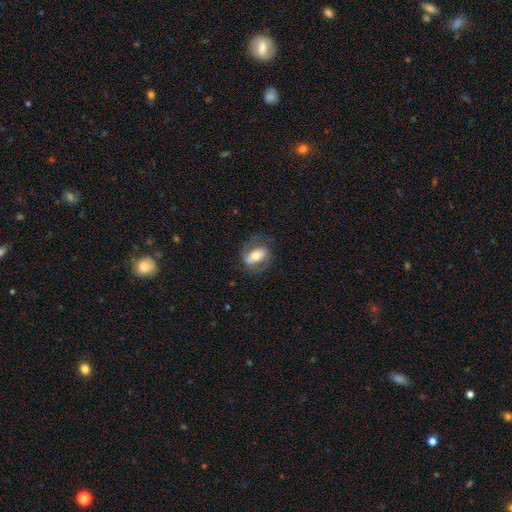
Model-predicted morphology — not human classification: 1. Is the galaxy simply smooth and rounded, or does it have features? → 58% featured or disk, 35% smooth, 7% star or artifact.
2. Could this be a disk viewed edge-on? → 93% no, 7% yes.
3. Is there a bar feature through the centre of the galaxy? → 43% strong, 29% no, 28% weak.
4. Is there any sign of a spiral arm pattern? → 73% yes, 27% no.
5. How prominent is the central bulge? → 61% moderate, 19% small, 16% large, 2% dominant, 1% none.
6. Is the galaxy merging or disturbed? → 70% none, 17% minor disturbance, 11% major disturbance, 1% merger.